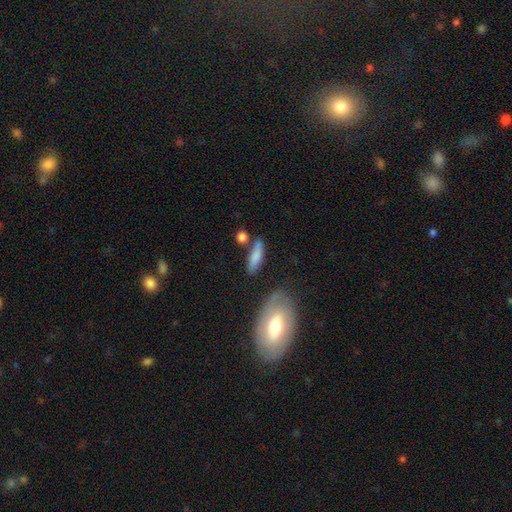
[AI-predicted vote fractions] Q: Smooth or featured?
A: smooth (76%); runner-up: featured or disk (17%)
Q: How rounded?
A: cigar-shaped (55%); runner-up: in between (41%)
Q: Merging?
A: none (62%); runner-up: minor disturbance (19%)